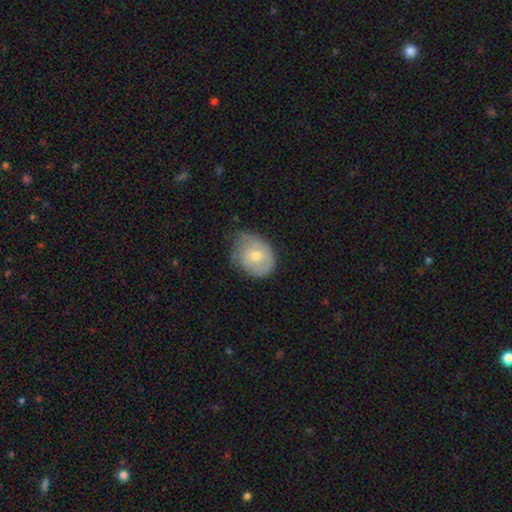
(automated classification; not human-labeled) This is likely a smooth galaxy (62%). How rounded: possibly in between (53%). Merging: possibly none (51%).